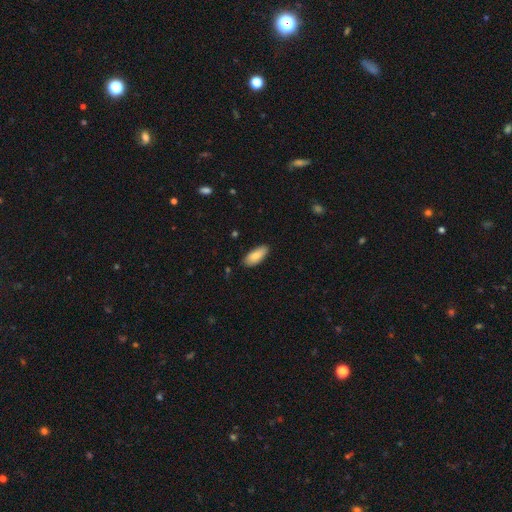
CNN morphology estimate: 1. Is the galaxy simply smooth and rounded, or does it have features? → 85% smooth, 9% featured or disk, 6% star or artifact.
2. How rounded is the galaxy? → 83% in between, 15% cigar-shaped, 2% round.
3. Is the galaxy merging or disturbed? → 84% none, 12% minor disturbance, 2% major disturbance, 1% merger.